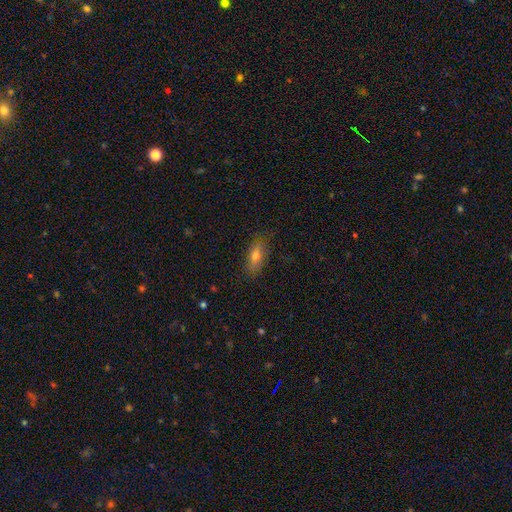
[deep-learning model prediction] Smooth or featured? Predicted: smooth (p=0.66). How rounded? Predicted: in between (p=0.64). Merging? Predicted: none (p=0.82).